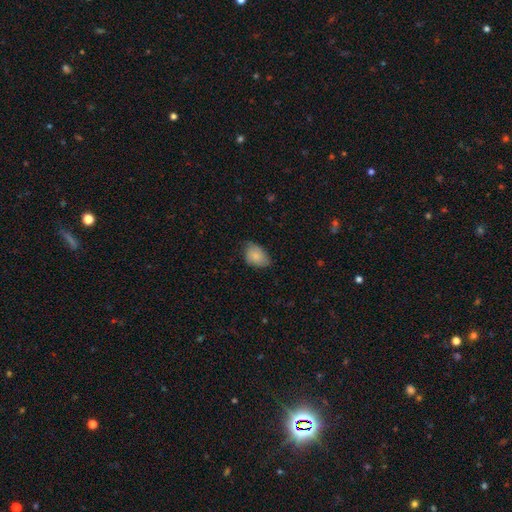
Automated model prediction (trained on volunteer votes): This is clearly a smooth galaxy (80%). How rounded: clearly in between (81%). Merging: possibly none (56%).